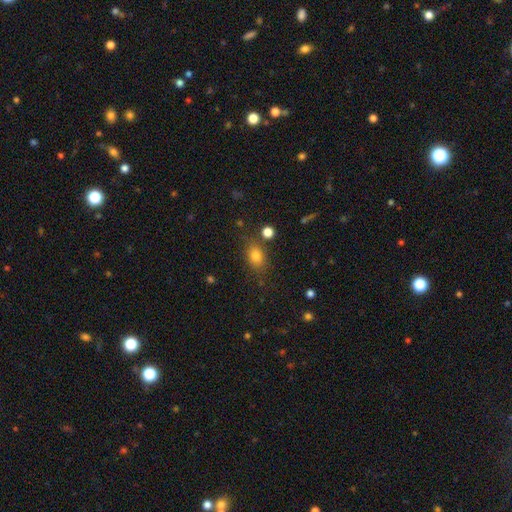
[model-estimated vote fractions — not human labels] This appears to be a smooth galaxy with no disk features (79%) that is in between round and cigar-shaped (69%). Merging: none (74%).